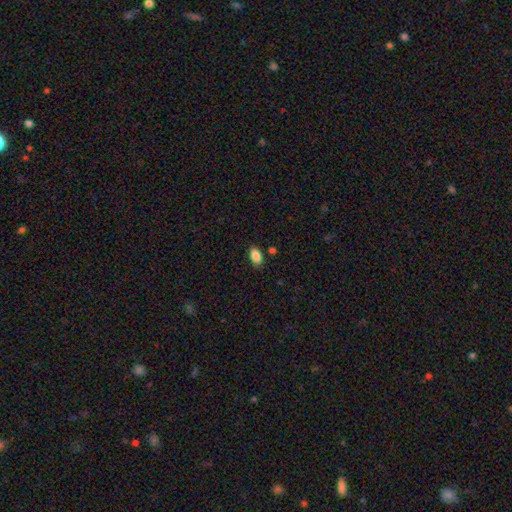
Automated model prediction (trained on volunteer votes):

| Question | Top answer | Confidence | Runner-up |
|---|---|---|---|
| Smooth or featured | smooth | 88% | star or artifact (8%) |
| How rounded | in between | 92% | round (5%) |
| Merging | none | 84% | minor disturbance (11%) |